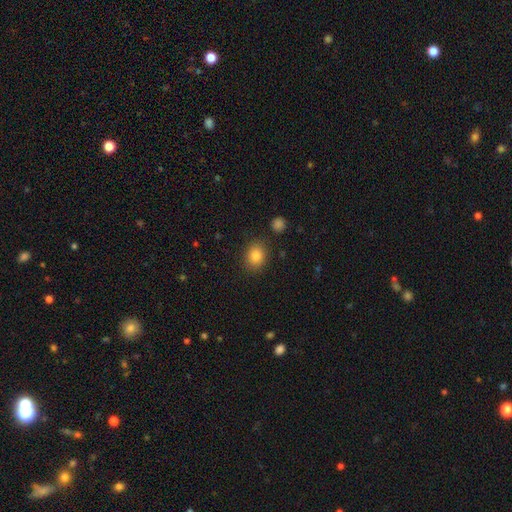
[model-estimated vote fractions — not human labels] smooth-or-featured: smooth: 84% | star or artifact: 10% | featured or disk: 6%
  how-rounded: round: 52% | in between: 47% | cigar-shaped: 1%
  merging: none: 85% | minor disturbance: 10% | major disturbance: 3% | merger: 2%